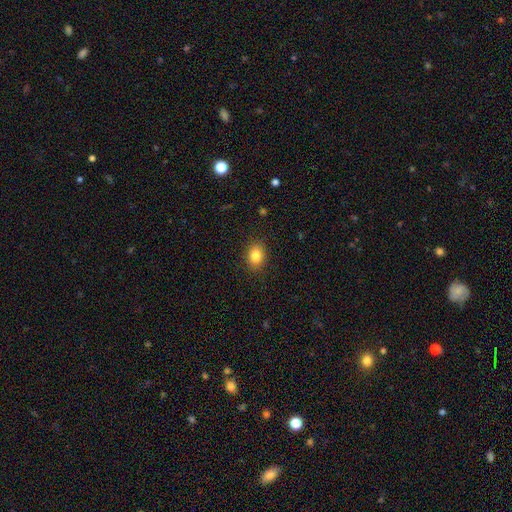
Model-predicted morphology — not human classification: This appears to be a smooth galaxy with no disk features (83%) that is in between round and cigar-shaped (65%). Merging: none (88%).